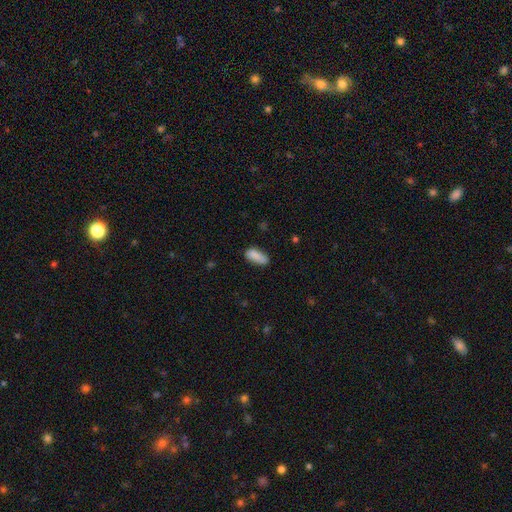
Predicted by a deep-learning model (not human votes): Q: Smooth or featured?
A: smooth (86%); runner-up: star or artifact (7%)
Q: How rounded?
A: in between (79%); runner-up: cigar-shaped (18%)
Q: Merging?
A: none (65%); runner-up: minor disturbance (25%)